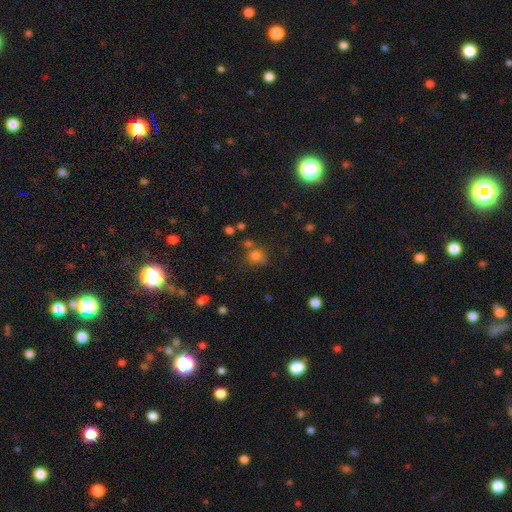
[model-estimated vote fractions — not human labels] smooth-or-featured: smooth: 74% | star or artifact: 18% | featured or disk: 8%
  how-rounded: round: 82% | in between: 17% | cigar-shaped: 1%
  merging: none: 61% | merger: 17% | minor disturbance: 15% | major disturbance: 7%